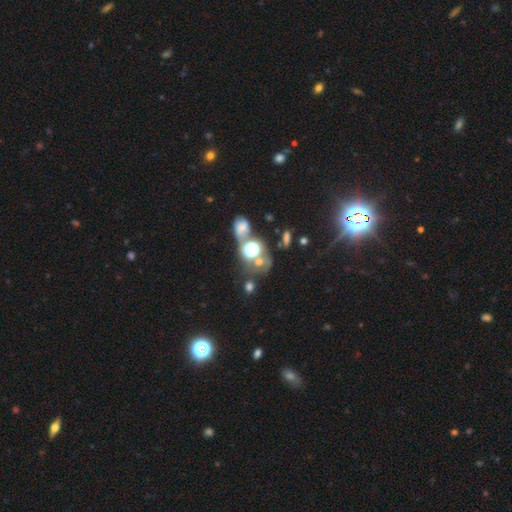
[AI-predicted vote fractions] Morphology: type=star or artifact (47%).